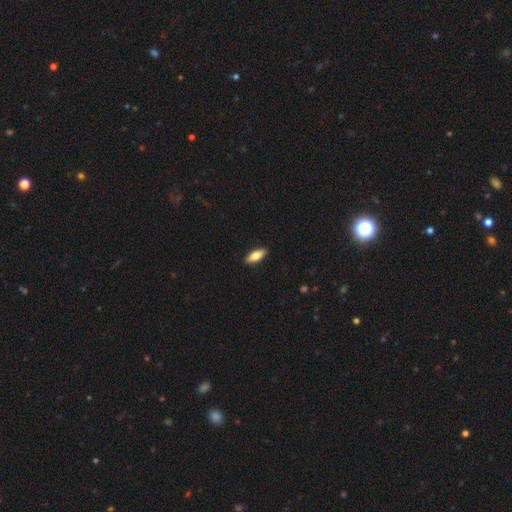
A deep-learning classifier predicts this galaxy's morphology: smooth_or_featured: smooth (p=0.77) [alt: featured or disk p=0.17]
how_rounded: in between (p=0.69) [alt: cigar-shaped p=0.28]
merging: none (p=0.91) [alt: minor disturbance p=0.07]